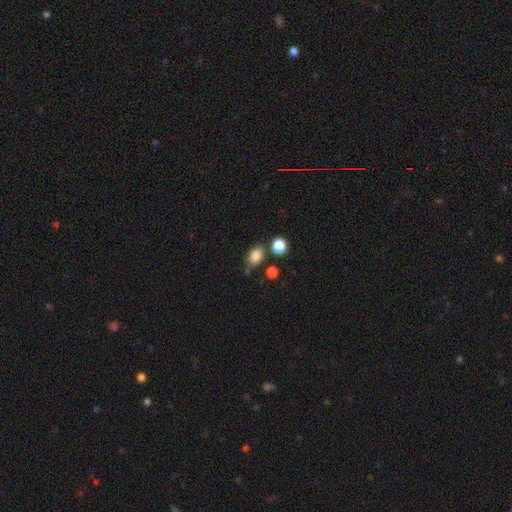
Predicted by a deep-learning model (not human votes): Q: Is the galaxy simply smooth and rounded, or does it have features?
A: smooth — 83%.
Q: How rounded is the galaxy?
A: in between — 74%.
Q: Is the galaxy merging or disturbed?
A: none — 71%.